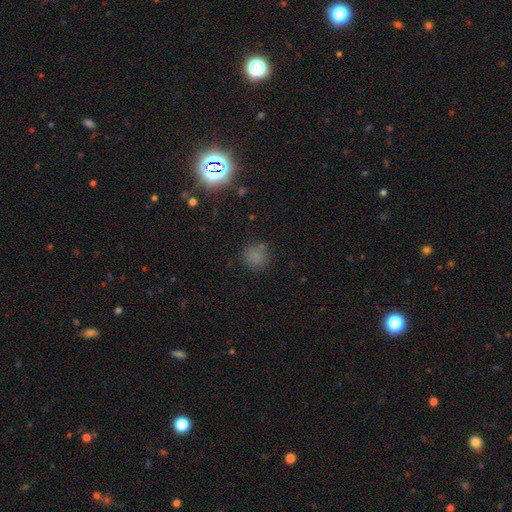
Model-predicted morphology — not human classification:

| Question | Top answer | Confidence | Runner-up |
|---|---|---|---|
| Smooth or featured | smooth | 75% | star or artifact (19%) |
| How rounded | round | 92% | in between (7%) |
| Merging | none | 82% | minor disturbance (11%) |